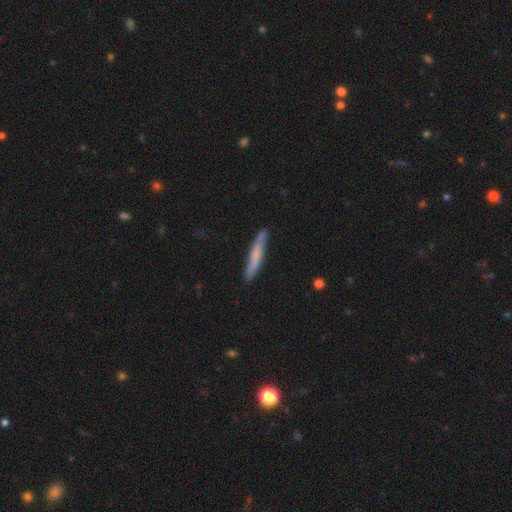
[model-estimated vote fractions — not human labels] Q: Smooth or featured?
A: smooth (58%); runner-up: featured or disk (36%)
Q: How rounded?
A: cigar-shaped (94%); runner-up: in between (4%)
Q: Merging?
A: none (83%); runner-up: minor disturbance (13%)